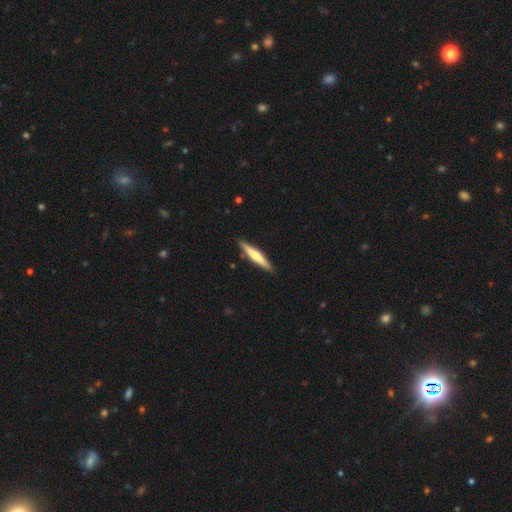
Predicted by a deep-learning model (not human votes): A smooth galaxy with no disk features (54%) that is cigar-shaped (91%).

Vote fractions:
- Smooth or featured? smooth: 54% / featured or disk: 41% / star or artifact: 5%
- How rounded? cigar-shaped: 91% / in between: 8% / round: 1%
- Merging? none: 88% / minor disturbance: 9% / merger: 2% / major disturbance: 2%